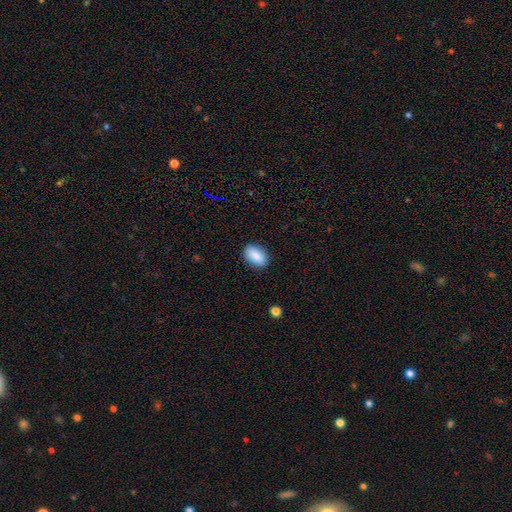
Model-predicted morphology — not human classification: type=smooth (88%); roundness=in between (91%); merging=none (87%).